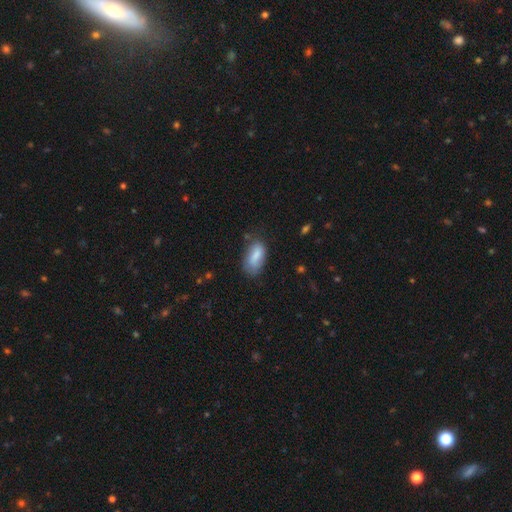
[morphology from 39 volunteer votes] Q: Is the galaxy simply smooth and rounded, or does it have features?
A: smooth — 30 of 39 (77%).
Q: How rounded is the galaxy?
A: in between — 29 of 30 (97%).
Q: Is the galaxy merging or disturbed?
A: none — 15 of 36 (42%).